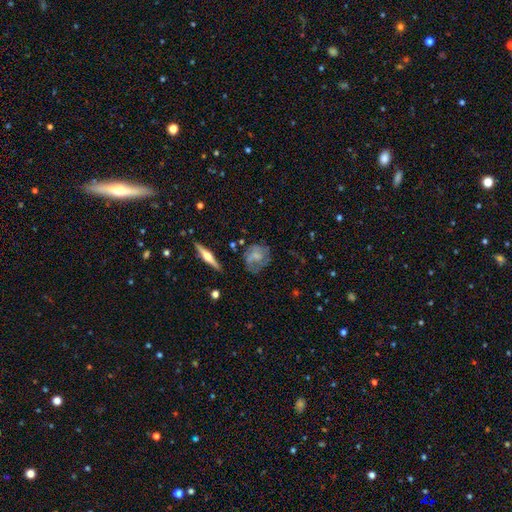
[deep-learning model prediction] Morphology: type=featured or disk (49%); merging=none (53%).